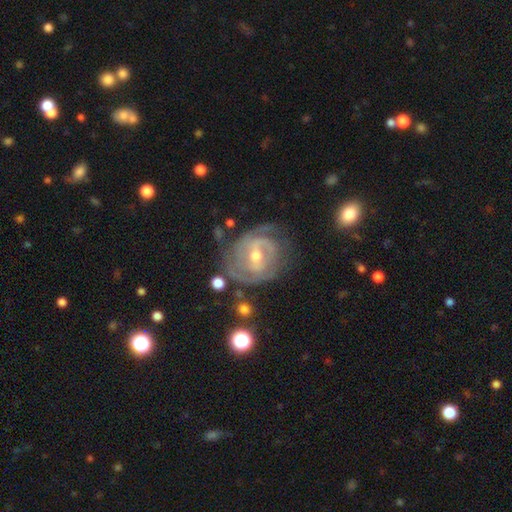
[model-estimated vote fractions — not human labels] Smooth or featured? Predicted: featured or disk (p=0.86). Edge-on disk? Predicted: no (p=0.97). Bar? Predicted: weak (p=0.49). Spiral arms? Predicted: yes (p=0.91). Spiral winding? Predicted: tight (p=0.62). Spiral arm count? Predicted: 2 (p=0.35). Bulge size? Predicted: moderate (p=0.61). Merging? Predicted: none (p=0.64).